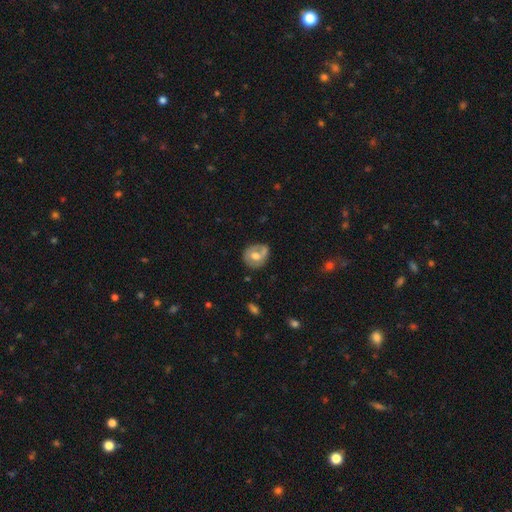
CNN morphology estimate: Smooth or featured? smooth (49%)
Merging? none (56%)